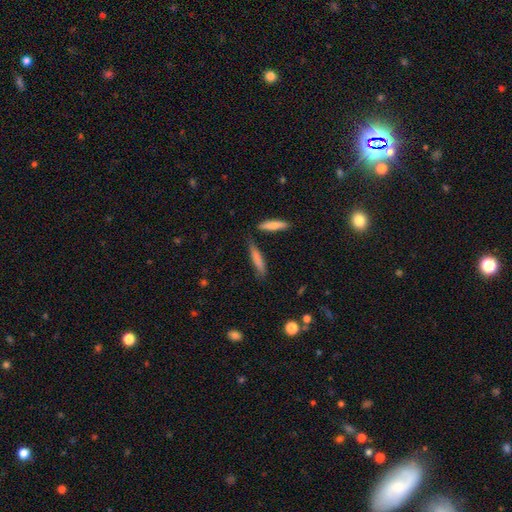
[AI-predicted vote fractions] smooth 70%, featured or disk 22%, star or artifact 9%. Down the decision tree: how rounded — cigar-shaped (87%); merging — none (77%).